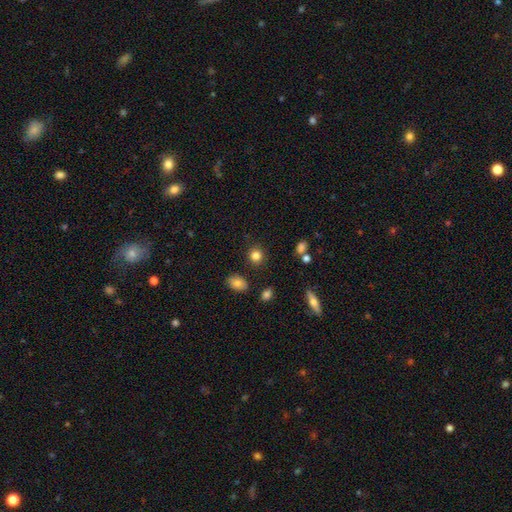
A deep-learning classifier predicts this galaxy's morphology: A smooth galaxy with no disk features (83%) that is round (83%).

Vote fractions:
- Smooth or featured? smooth: 83% / star or artifact: 11% / featured or disk: 6%
- How rounded? round: 83% / in between: 15% / cigar-shaped: 1%
- Merging? none: 87% / minor disturbance: 8% / merger: 3% / major disturbance: 3%